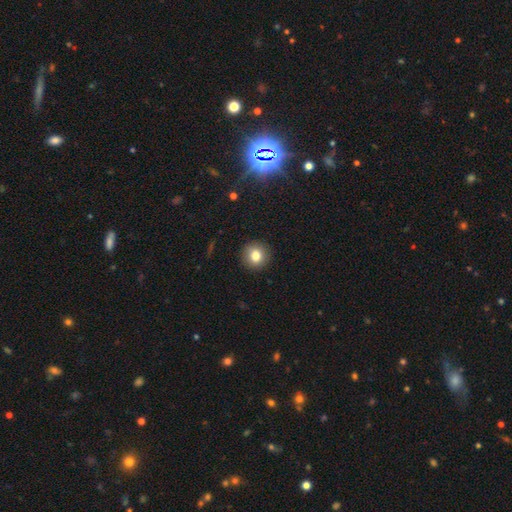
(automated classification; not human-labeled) The model was most divided on "smooth or featured": smooth: 80%, star or artifact: 10%, featured or disk: 9%. More confident: how rounded — round (93%); merging — none (92%).